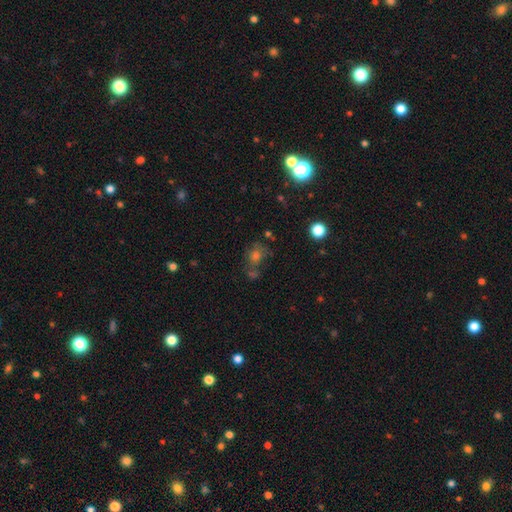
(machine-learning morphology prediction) Smooth or featured? smooth (49%)
Merging? none (54%)